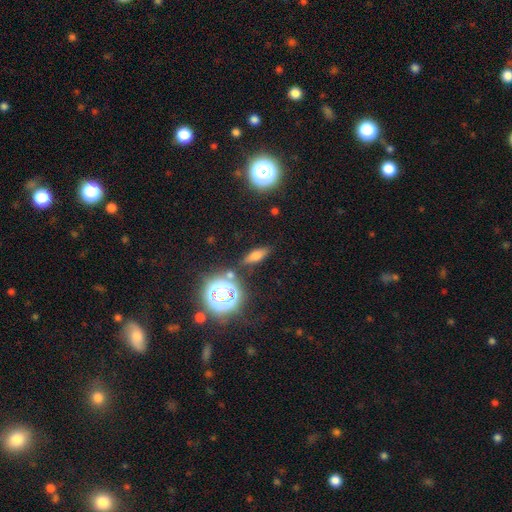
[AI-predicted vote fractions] Q: Smooth or featured?
A: smooth (54%); runner-up: featured or disk (23%)
Q: How rounded?
A: in between (50%); runner-up: cigar-shaped (36%)
Q: Merging?
A: none (81%); runner-up: minor disturbance (11%)